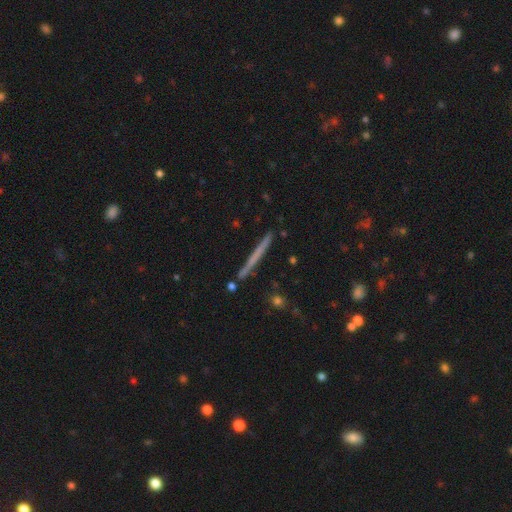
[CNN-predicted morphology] smooth_or_featured: smooth (p=0.47) [alt: featured or disk p=0.46]
merging: none (p=0.89) [alt: minor disturbance p=0.07]